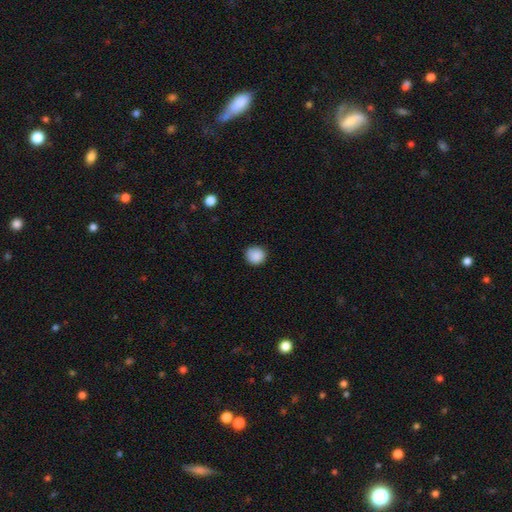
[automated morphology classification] Smooth or featured? Predicted: smooth (p=0.89). How rounded? Predicted: round (p=0.91). Merging? Predicted: none (p=0.89).